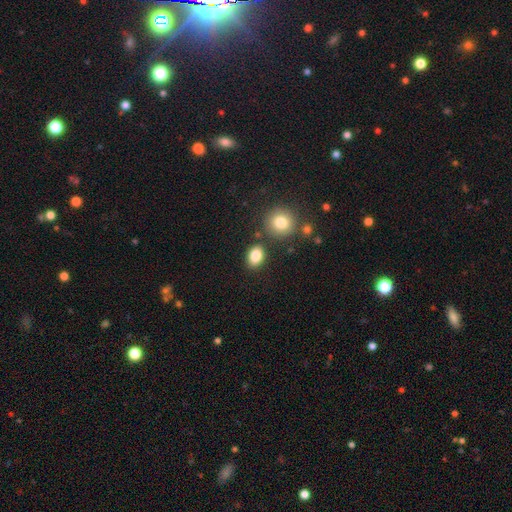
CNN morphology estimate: A smooth galaxy with no disk features (85%) that is in between round and cigar-shaped (72%).

Vote fractions:
- Smooth or featured? smooth: 85% / star or artifact: 9% / featured or disk: 6%
- How rounded? in between: 72% / round: 26% / cigar-shaped: 1%
- Merging? none: 80% / minor disturbance: 11% / merger: 7% / major disturbance: 3%